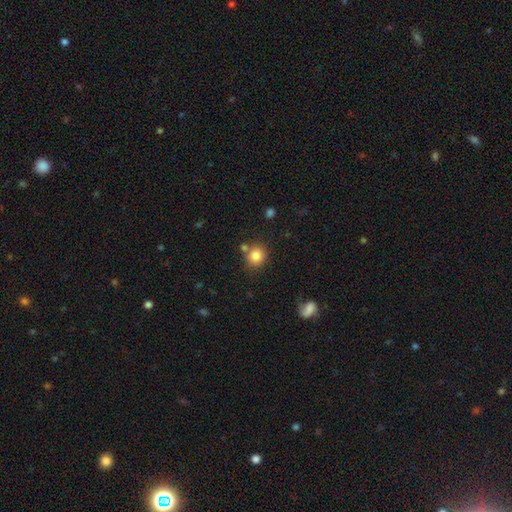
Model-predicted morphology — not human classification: This is clearly a smooth galaxy (84%). How rounded: clearly round (86%). Merging: likely none (74%).